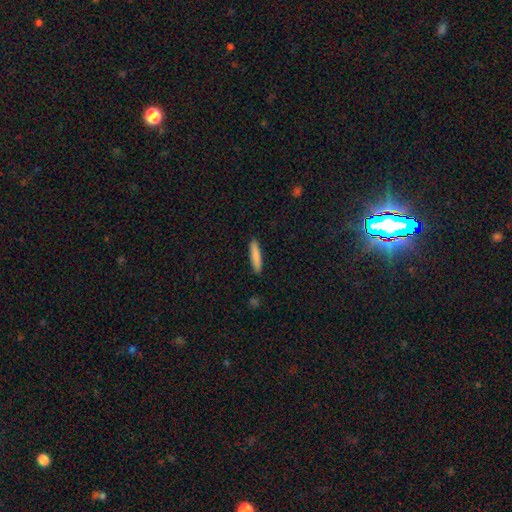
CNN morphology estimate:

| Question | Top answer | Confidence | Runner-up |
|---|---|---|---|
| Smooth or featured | smooth | 85% | featured or disk (9%) |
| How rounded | cigar-shaped | 86% | in between (13%) |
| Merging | none | 91% | minor disturbance (7%) |